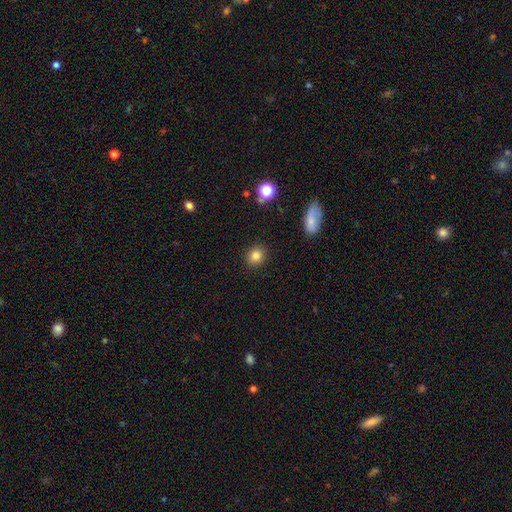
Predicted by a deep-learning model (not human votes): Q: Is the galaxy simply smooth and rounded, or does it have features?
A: smooth — 83%.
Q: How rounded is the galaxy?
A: round — 78%.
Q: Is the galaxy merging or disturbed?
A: none — 90%.